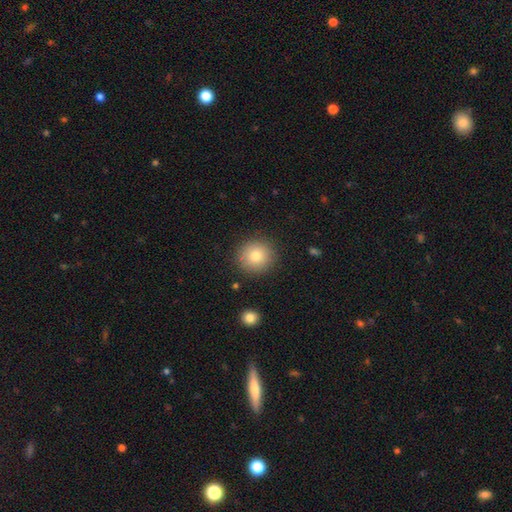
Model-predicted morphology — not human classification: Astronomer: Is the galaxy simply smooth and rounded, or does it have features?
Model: smooth — 79%.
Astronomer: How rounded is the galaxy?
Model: round — 92%.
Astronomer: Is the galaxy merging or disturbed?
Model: none — 89%.